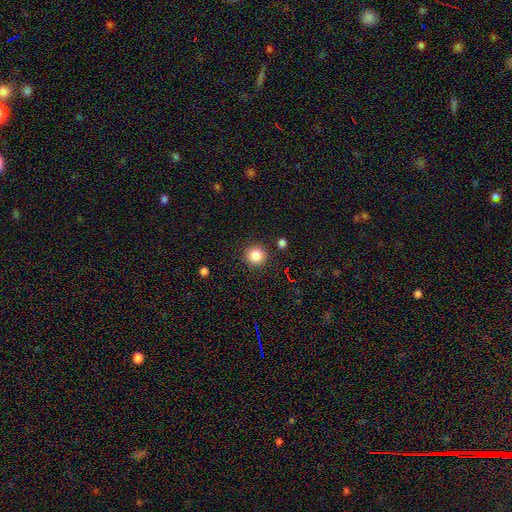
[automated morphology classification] smooth-or-featured: smooth: 85% | star or artifact: 11% | featured or disk: 4%
  how-rounded: round: 94% | in between: 5% | cigar-shaped: 1%
  merging: none: 89% | minor disturbance: 6% | major disturbance: 2% | merger: 2%